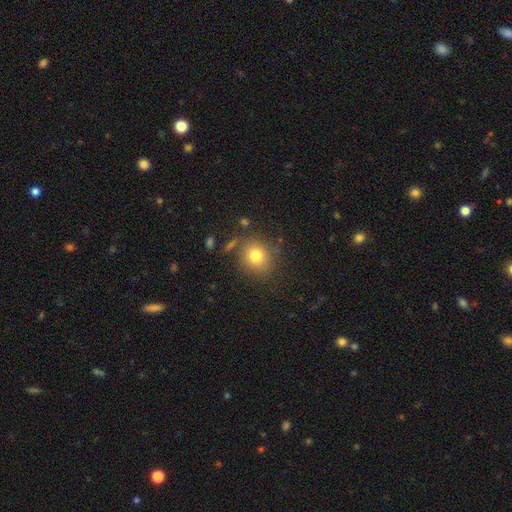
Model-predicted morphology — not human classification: Q: Smooth or featured?
A: smooth (78%); runner-up: star or artifact (12%)
Q: How rounded?
A: round (81%); runner-up: in between (18%)
Q: Merging?
A: none (79%); runner-up: minor disturbance (12%)